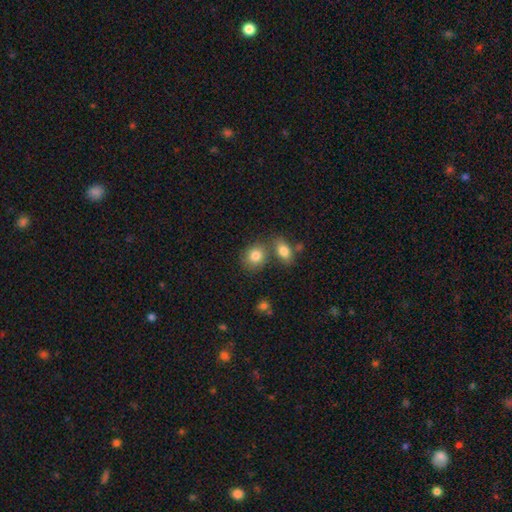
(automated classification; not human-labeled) Q: Smooth or featured?
A: smooth (83%); runner-up: star or artifact (8%)
Q: How rounded?
A: round (65%); runner-up: in between (34%)
Q: Merging?
A: none (58%); runner-up: merger (27%)